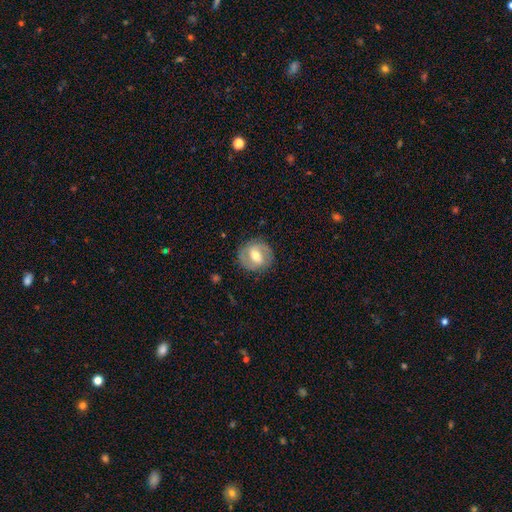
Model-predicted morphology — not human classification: This appears to be a featured or disk galaxy (70%) with a weak bar (47%), 2 (86%) medium (45%) spiral arms (81%) and a moderate central bulge (72%). Merging: none (84%).